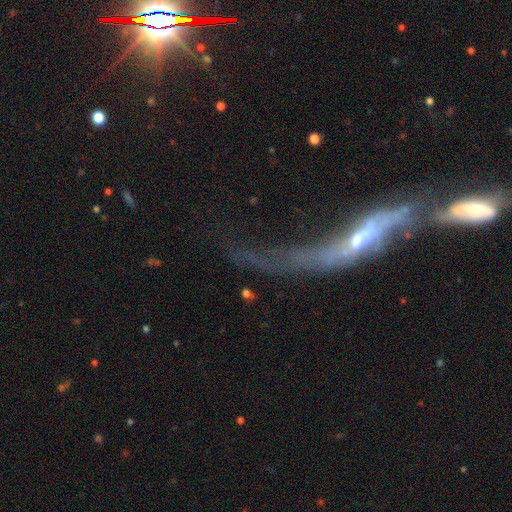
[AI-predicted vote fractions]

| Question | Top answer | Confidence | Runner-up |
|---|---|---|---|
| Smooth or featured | featured or disk | 71% | smooth (16%) |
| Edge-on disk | no | 71% | yes (29%) |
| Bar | no | 49% | weak (31%) |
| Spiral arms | yes | 65% | no (35%) |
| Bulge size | small | 57% | moderate (26%) |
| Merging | merger | 33% | major disturbance (31%) |